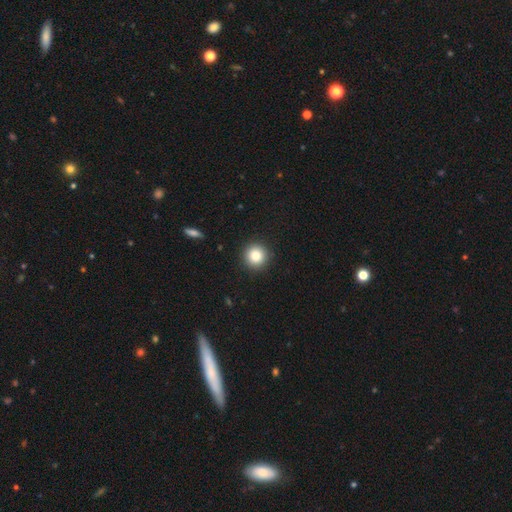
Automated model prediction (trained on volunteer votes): smooth 84%, star or artifact 10%, featured or disk 6%. Down the decision tree: how rounded — round (95%); merging — none (92%).